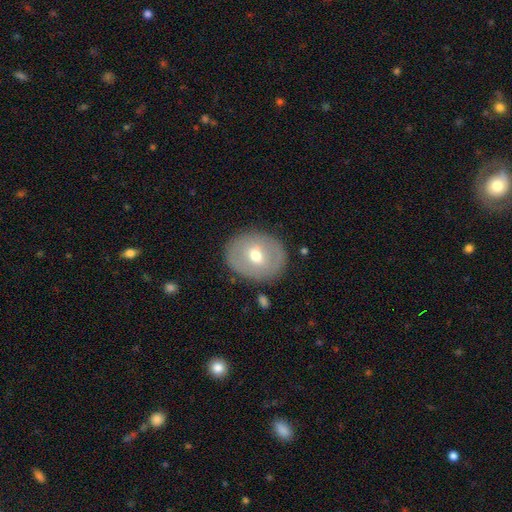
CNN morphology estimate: Smooth or featured? Predicted: smooth (p=0.53). How rounded? Predicted: round (p=0.59). Merging? Predicted: none (p=0.83).